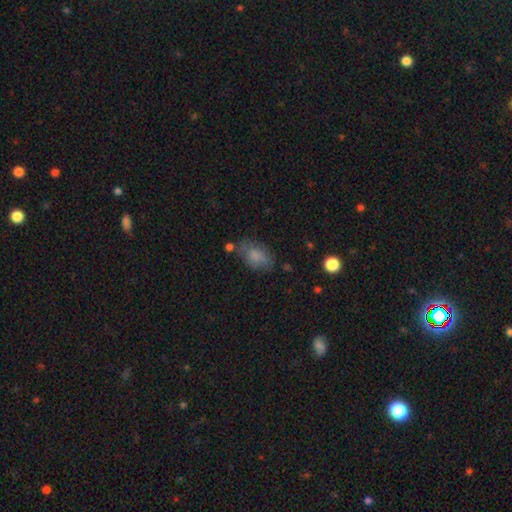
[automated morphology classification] A smooth galaxy with no disk features (76%) that is in between round and cigar-shaped (87%). Merging: none (56%).